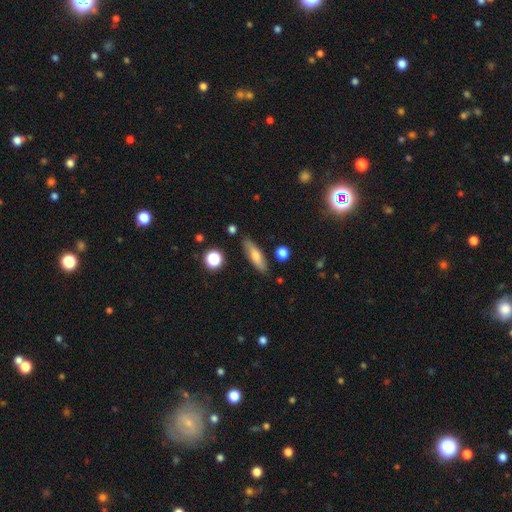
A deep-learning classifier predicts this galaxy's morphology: Q: Smooth or featured?
A: smooth (61%); runner-up: featured or disk (31%)
Q: How rounded?
A: cigar-shaped (61%); runner-up: in between (35%)
Q: Merging?
A: none (85%); runner-up: minor disturbance (10%)